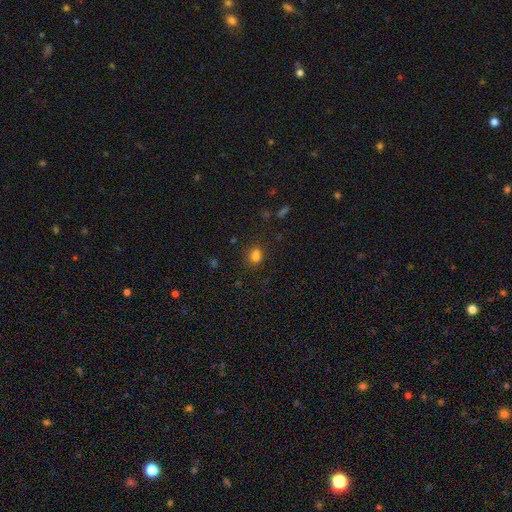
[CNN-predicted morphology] smooth 74%, star or artifact 18%, featured or disk 8%. Down the decision tree: how rounded — round (58%); merging — none (55%).